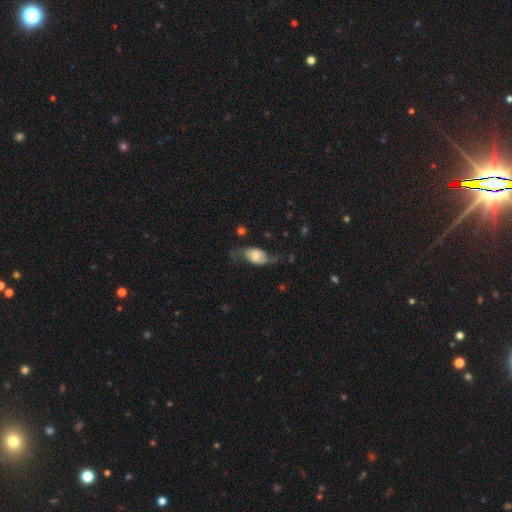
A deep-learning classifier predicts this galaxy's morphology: A featured or disk galaxy (51%). Merging: none (49%).